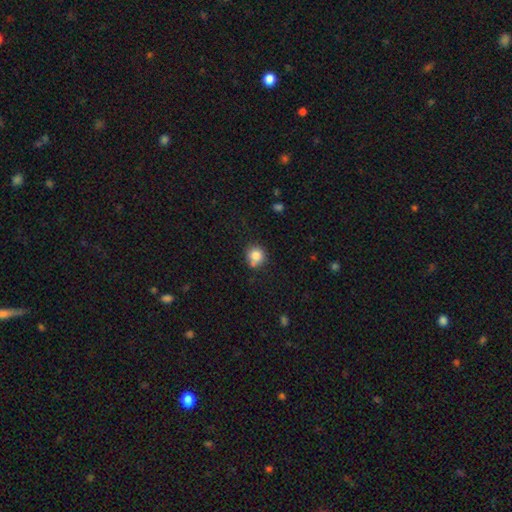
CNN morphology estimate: type=smooth (82%); roundness=round (88%); merging=none (63%).